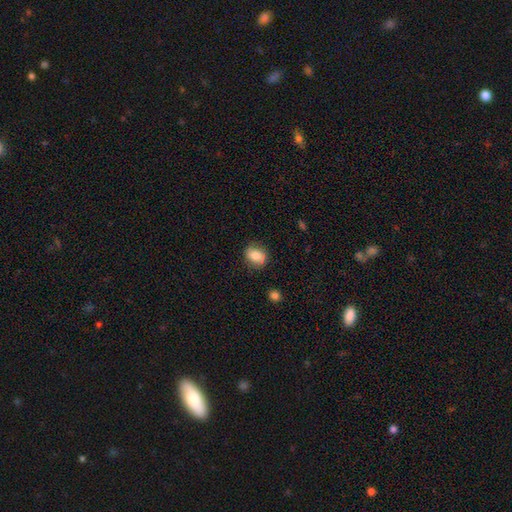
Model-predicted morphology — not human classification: smooth 80%, featured or disk 12%, star or artifact 8%. Down the decision tree: how rounded — in between (52%); merging — none (77%).